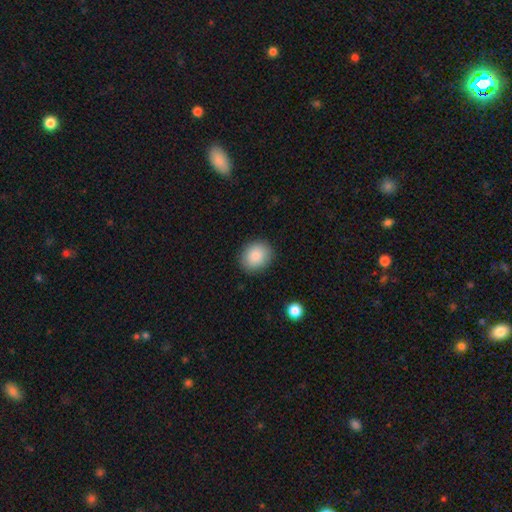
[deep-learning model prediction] A smooth galaxy with no disk features (87%) that is round (56%). Merging: none (88%).